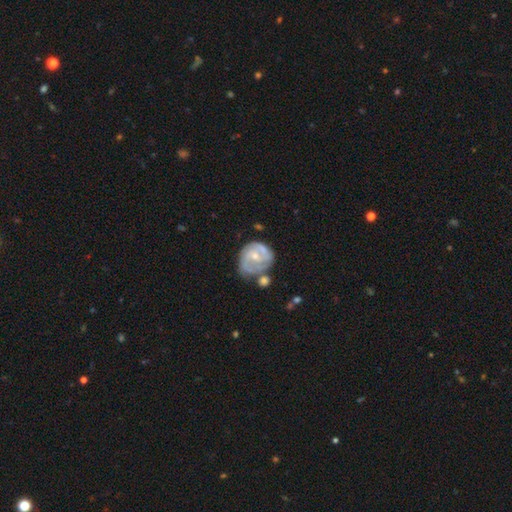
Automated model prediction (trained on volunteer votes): Morphology: type=featured or disk (79%); edge-on=no (98%); bar=no (60%); spiral arms=yes (90%); winding=tight (54%); arm count=2 (42%); bulge=small (56%); merging=none (49%).